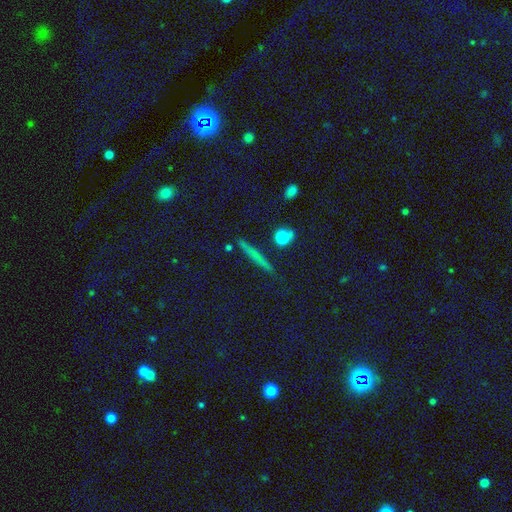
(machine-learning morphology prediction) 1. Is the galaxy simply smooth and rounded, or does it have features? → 48% smooth, 28% star or artifact, 23% featured or disk.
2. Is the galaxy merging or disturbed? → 87% none, 8% minor disturbance, 3% merger, 3% major disturbance.